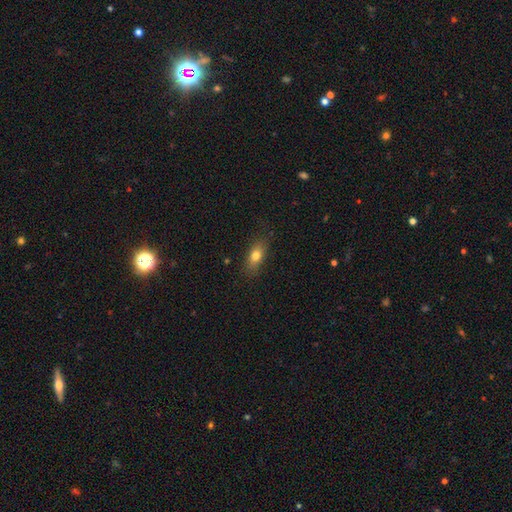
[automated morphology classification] Q: Smooth or featured?
A: smooth (78%); runner-up: featured or disk (13%)
Q: How rounded?
A: in between (78%); runner-up: cigar-shaped (13%)
Q: Merging?
A: none (80%); runner-up: minor disturbance (15%)